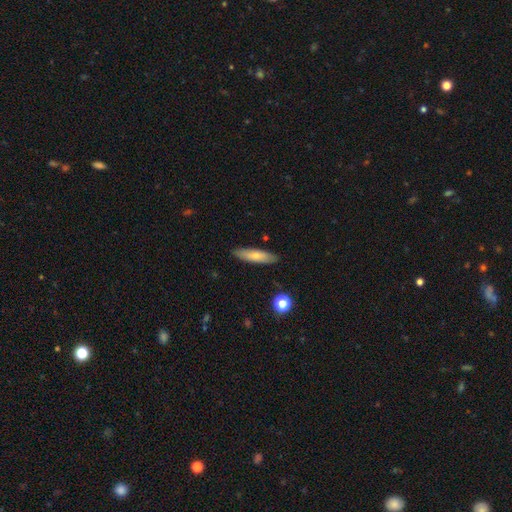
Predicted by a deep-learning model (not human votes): This is likely a smooth galaxy (72%). How rounded: likely cigar-shaped (74%). Merging: clearly none (88%).